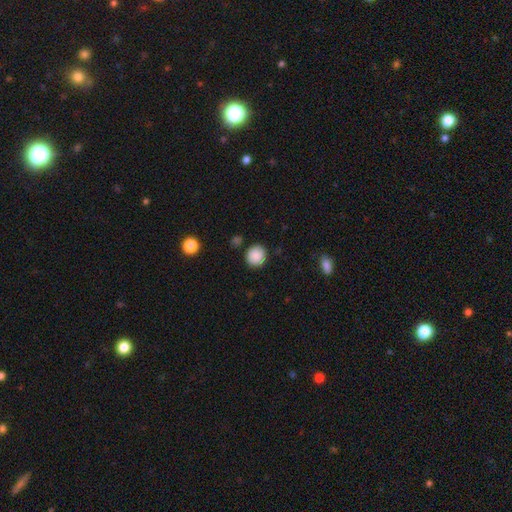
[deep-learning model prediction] smooth 88%, star or artifact 9%, featured or disk 3%. Down the decision tree: how rounded — round (89%); merging — none (87%).